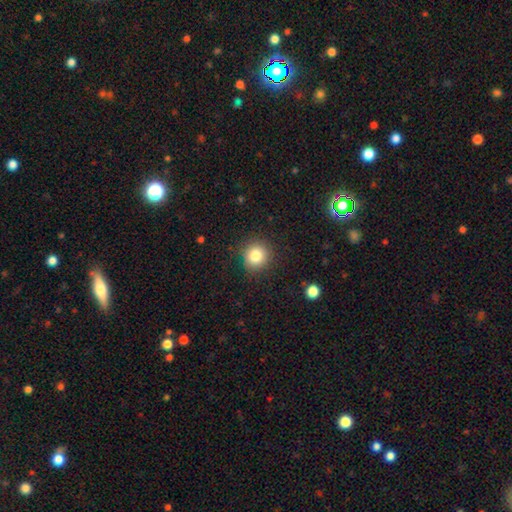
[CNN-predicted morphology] A smooth galaxy with no disk features (83%) that is round (91%). Merging: none (88%).